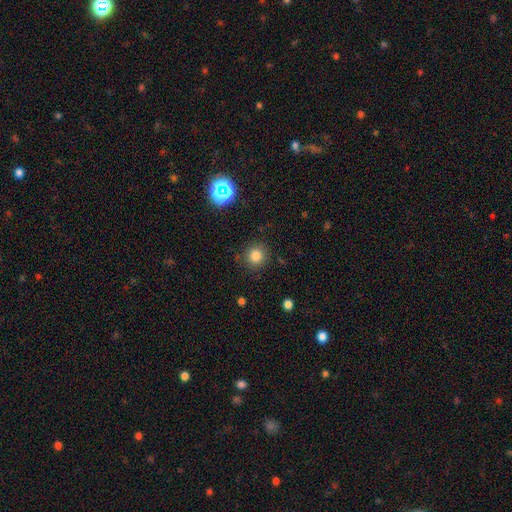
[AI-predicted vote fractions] This is clearly a smooth galaxy (81%). How rounded: clearly round (92%). Merging: clearly none (88%).